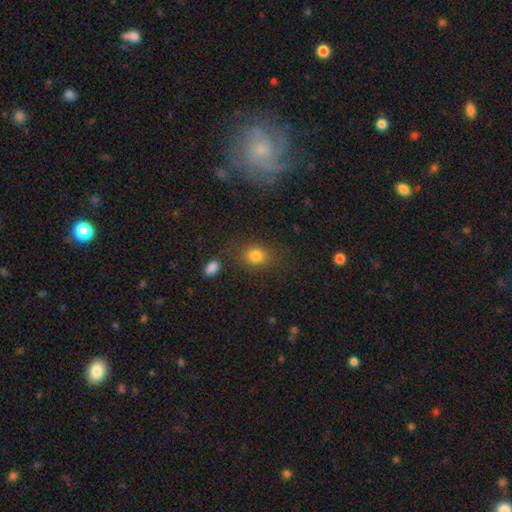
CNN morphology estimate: This appears to be a smooth galaxy with no disk features (81%) that is round (57%). Merging: none (75%).